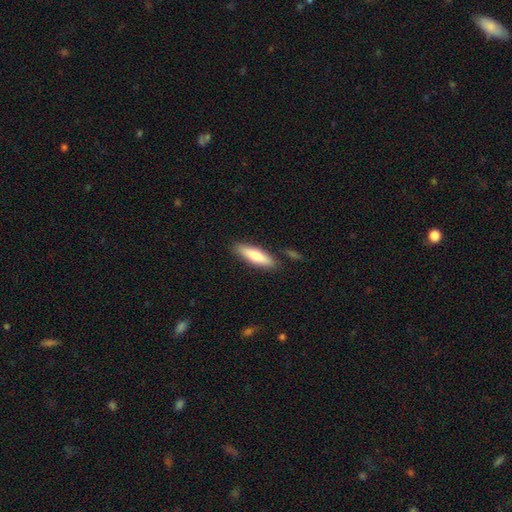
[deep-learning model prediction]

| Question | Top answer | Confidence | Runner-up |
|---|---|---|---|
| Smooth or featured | smooth | 75% | featured or disk (19%) |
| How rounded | cigar-shaped | 64% | in between (35%) |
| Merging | none | 83% | minor disturbance (11%) |